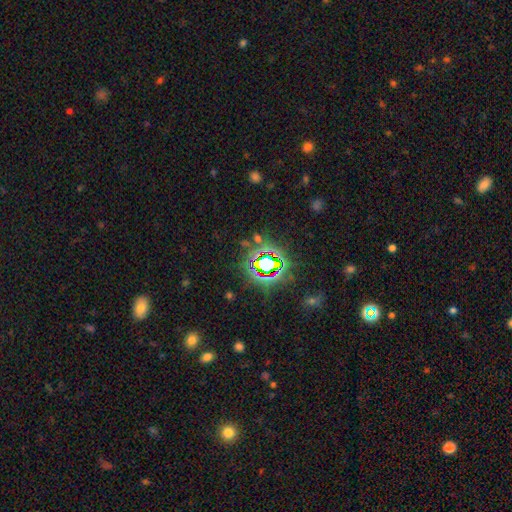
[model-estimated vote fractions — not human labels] Smooth or featured?
  - star or artifact: 76% *
  - smooth: 15%
  - featured or disk: 10%